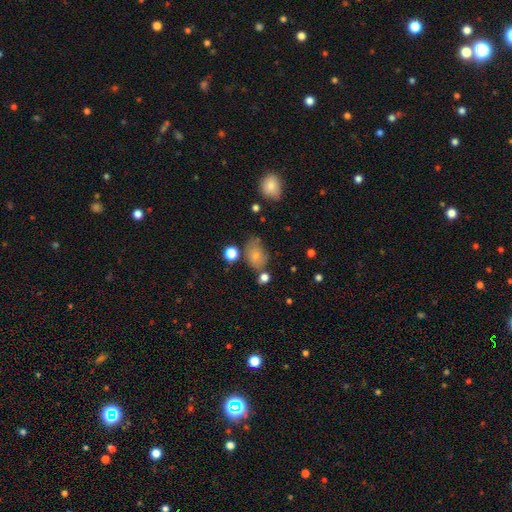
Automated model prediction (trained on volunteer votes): Overall: smooth (73%). How rounded: in between (76%). Merging: none (55%; minor disturbance 26%).